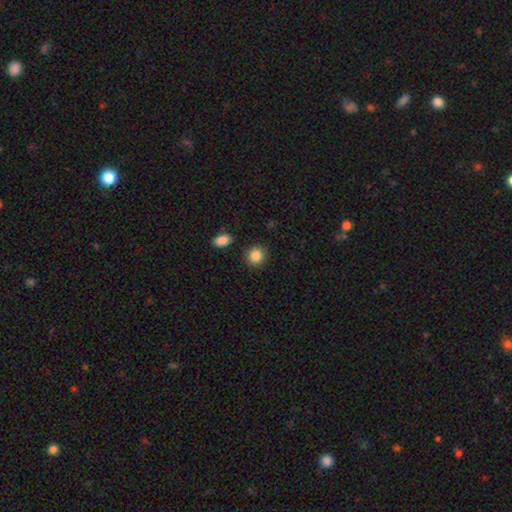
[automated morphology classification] Smooth or featured?
  - smooth: 87% *
  - star or artifact: 9%
  - featured or disk: 4%
How rounded?
  - round: 82% *
  - in between: 17%
  - cigar-shaped: 1%
Merging?
  - none: 89% *
  - minor disturbance: 6%
  - merger: 2%
  - major disturbance: 2%